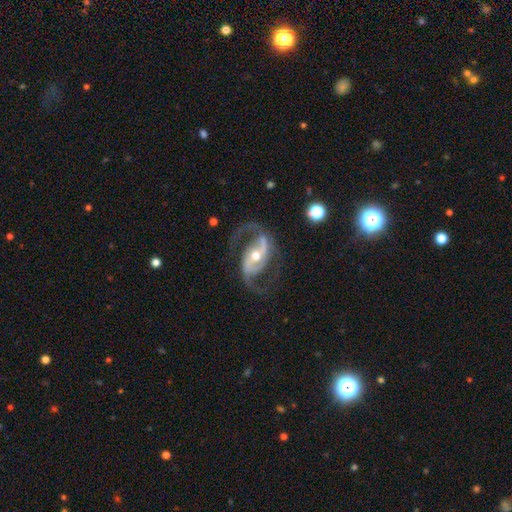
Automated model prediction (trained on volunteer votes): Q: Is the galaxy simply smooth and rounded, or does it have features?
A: featured or disk — 92%.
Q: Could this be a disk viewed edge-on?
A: no — 97%.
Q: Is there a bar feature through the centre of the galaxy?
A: strong — 36%.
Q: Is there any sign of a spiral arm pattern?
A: yes — 97%.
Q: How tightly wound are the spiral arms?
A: medium — 50%.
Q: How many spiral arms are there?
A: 2 — 93%.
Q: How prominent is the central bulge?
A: moderate — 69%.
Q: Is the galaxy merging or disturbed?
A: none — 73%.